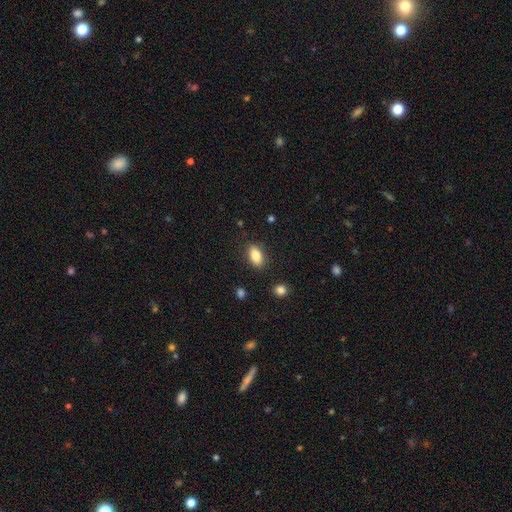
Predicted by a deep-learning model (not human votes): This is clearly a smooth galaxy (83%). How rounded: clearly in between (88%). Merging: clearly none (86%).